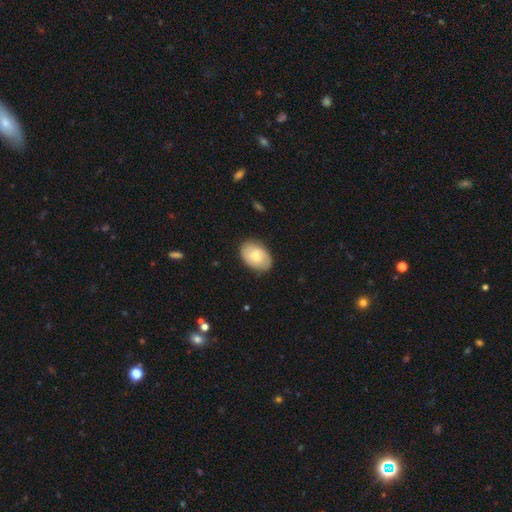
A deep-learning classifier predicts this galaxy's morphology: This appears to be a smooth galaxy with no disk features (65%) that is in between round and cigar-shaped (85%). Merging: none (82%).